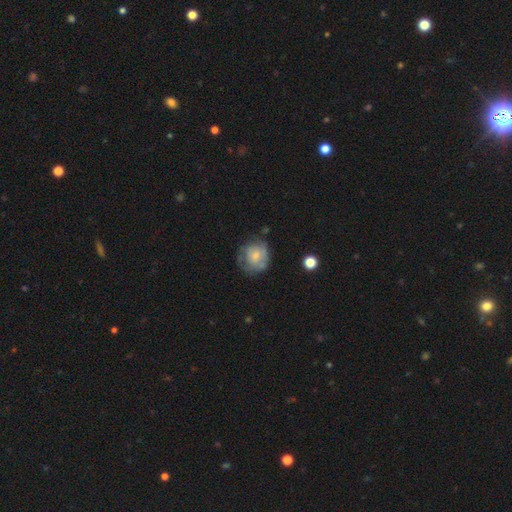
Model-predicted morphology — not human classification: type=smooth (52%); roundness=round (77%); merging=none (52%).